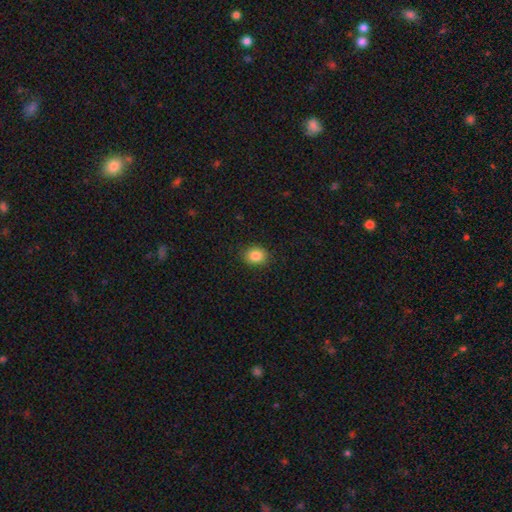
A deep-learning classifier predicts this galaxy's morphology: smooth-or-featured: smooth: 85% | star or artifact: 10% | featured or disk: 5%
  how-rounded: round: 59% | in between: 40% | cigar-shaped: 1%
  merging: none: 89% | minor disturbance: 8% | major disturbance: 2% | merger: 1%